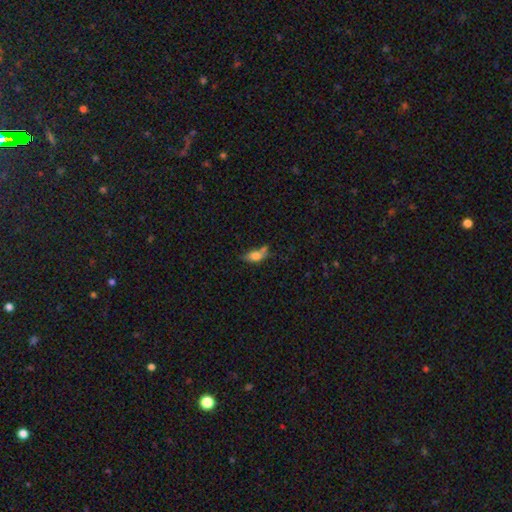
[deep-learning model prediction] Smooth or featured: smooth — 72% (featured or disk — 19%)
How rounded: in between — 80% (cigar-shaped — 13%)
Merging: none — 40% (minor disturbance — 26%)